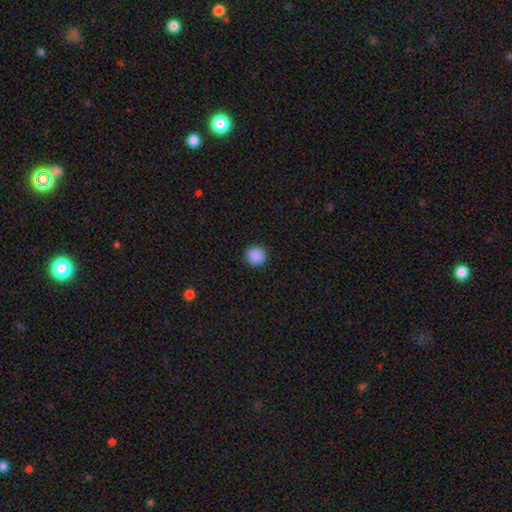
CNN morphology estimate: Overall: smooth (89%). How rounded: round (94%). Merging: none (92%).